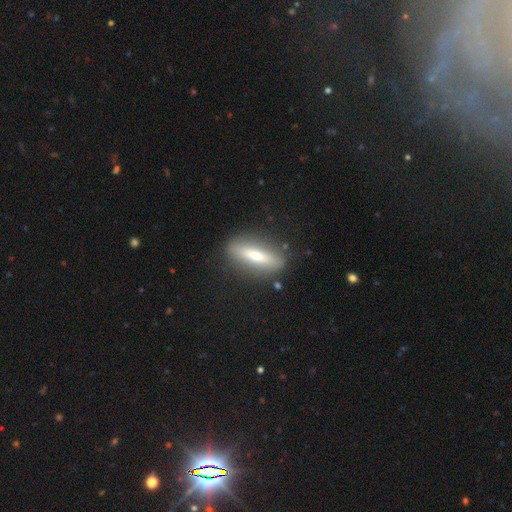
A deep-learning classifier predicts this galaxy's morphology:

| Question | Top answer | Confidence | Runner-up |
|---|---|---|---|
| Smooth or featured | smooth | 51% | featured or disk (42%) |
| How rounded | cigar-shaped | 58% | in between (39%) |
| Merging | none | 84% | minor disturbance (10%) |